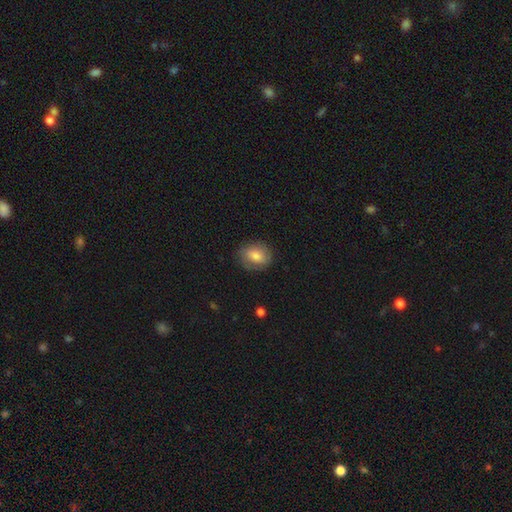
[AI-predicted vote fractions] Smooth or featured?
  - smooth: 72% *
  - featured or disk: 19%
  - star or artifact: 8%
How rounded?
  - in between: 53% *
  - round: 45%
  - cigar-shaped: 1%
Merging?
  - none: 79% *
  - minor disturbance: 15%
  - major disturbance: 4%
  - merger: 1%